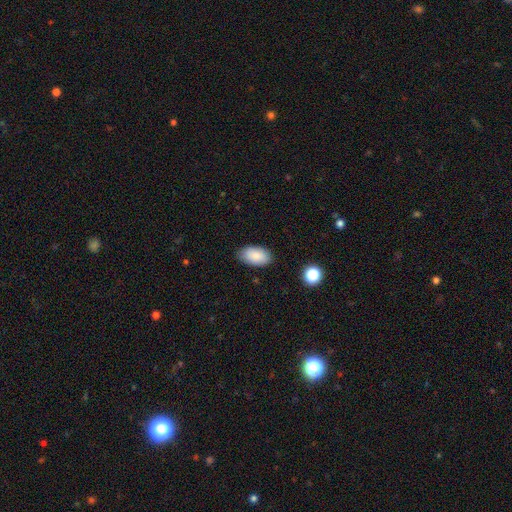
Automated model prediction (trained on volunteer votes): smooth_or_featured: smooth (p=0.87) [alt: star or artifact p=0.07]
how_rounded: in between (p=0.94) [alt: round p=0.04]
merging: none (p=0.85) [alt: minor disturbance p=0.11]